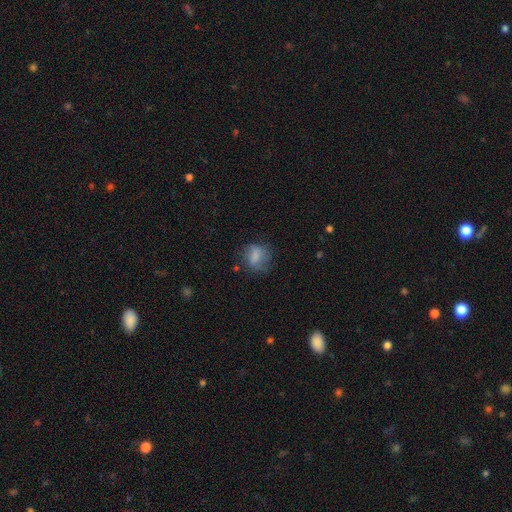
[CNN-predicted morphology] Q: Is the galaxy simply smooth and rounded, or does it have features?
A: smooth — 75%.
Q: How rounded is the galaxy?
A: round — 50%.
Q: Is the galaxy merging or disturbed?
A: none — 56%.